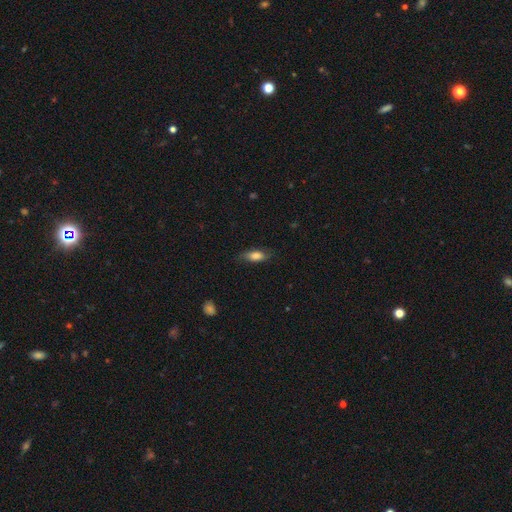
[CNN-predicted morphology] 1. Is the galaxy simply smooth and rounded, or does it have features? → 78% smooth, 15% featured or disk, 7% star or artifact.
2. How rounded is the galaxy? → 72% in between, 24% cigar-shaped, 3% round.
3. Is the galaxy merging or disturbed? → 78% none, 17% minor disturbance, 4% major disturbance, 1% merger.